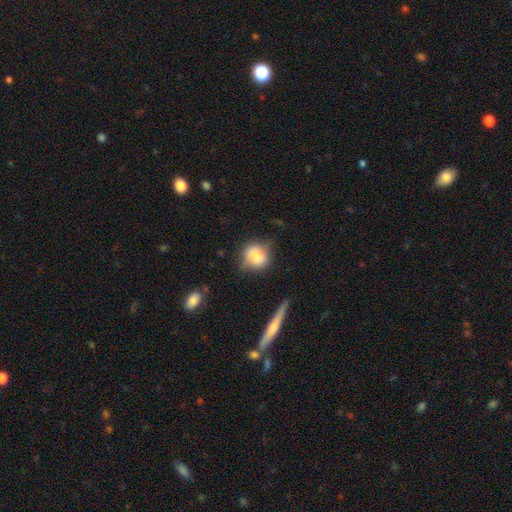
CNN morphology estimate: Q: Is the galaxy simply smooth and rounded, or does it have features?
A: smooth — 74%.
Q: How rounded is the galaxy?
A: round — 72%.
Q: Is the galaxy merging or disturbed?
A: none — 64%.